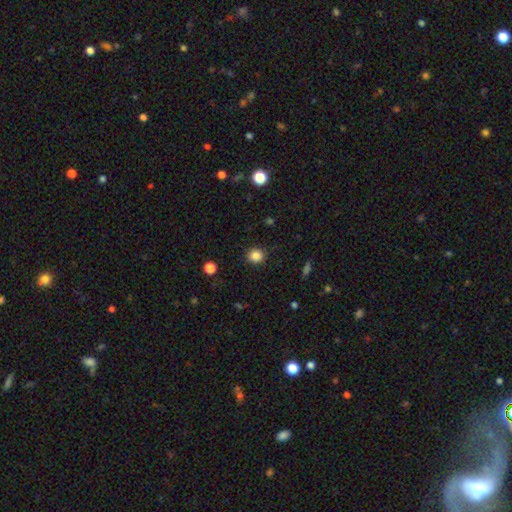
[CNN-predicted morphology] This appears to be a smooth galaxy with no disk features (85%) that is round (88%). Merging: none (90%).